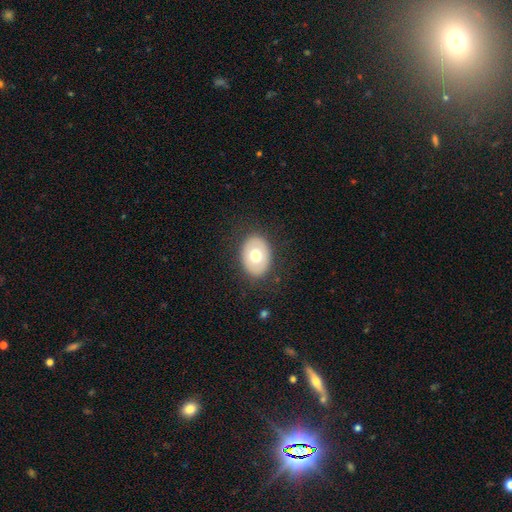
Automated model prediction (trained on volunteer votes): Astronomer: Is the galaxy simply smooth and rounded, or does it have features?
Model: smooth — 65%.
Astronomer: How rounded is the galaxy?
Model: in between — 76%.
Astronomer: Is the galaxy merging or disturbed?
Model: none — 85%.